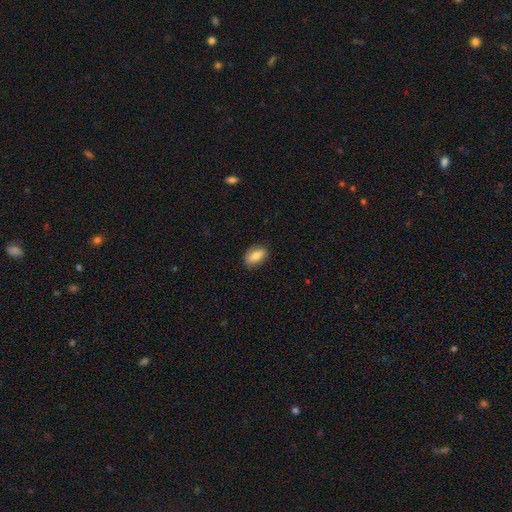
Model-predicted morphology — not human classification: A smooth galaxy with no disk features (77%) that is in between round and cigar-shaped (87%).

Vote fractions:
- Smooth or featured? smooth: 77% / featured or disk: 16% / star or artifact: 7%
- How rounded? in between: 87% / round: 9% / cigar-shaped: 4%
- Merging? none: 81% / minor disturbance: 16% / major disturbance: 3% / merger: 1%